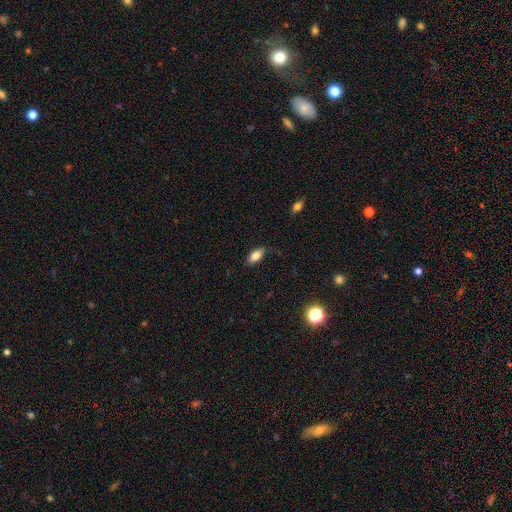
Smooth or featured?
  - smooth: 87% *
  - featured or disk: 10%
  - star or artifact: 3%
How rounded?
  - in between: 88% *
  - round: 6%
  - cigar-shaped: 6%
Merging?
  - none: 74% *
  - minor disturbance: 13%
  - merger: 8%
  - major disturbance: 5%